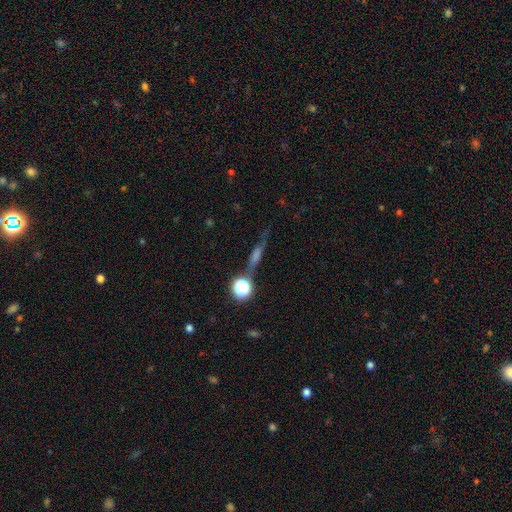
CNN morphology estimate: Overall: featured or disk (45%; star or artifact 29%). Merging: none (74%).